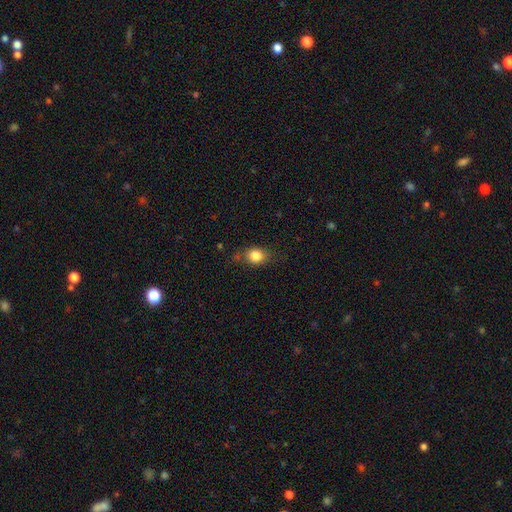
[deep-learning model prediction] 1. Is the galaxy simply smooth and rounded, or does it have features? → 83% smooth, 10% star or artifact, 7% featured or disk.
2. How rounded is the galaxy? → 56% round, 43% in between, 2% cigar-shaped.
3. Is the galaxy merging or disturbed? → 71% none, 20% minor disturbance, 6% major disturbance, 3% merger.